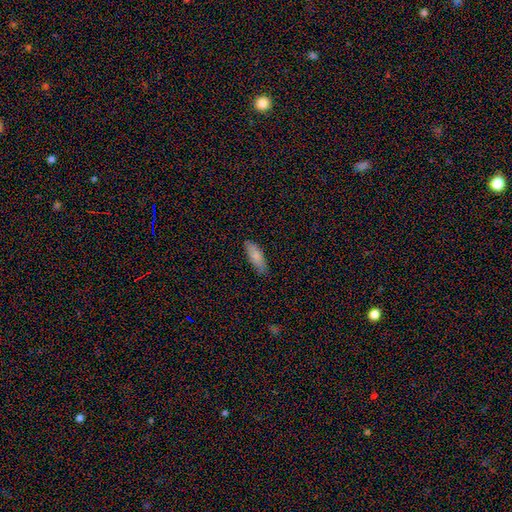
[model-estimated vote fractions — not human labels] Q: Smooth or featured?
A: smooth (81%); runner-up: featured or disk (12%)
Q: How rounded?
A: in between (71%); runner-up: cigar-shaped (27%)
Q: Merging?
A: none (76%); runner-up: minor disturbance (19%)